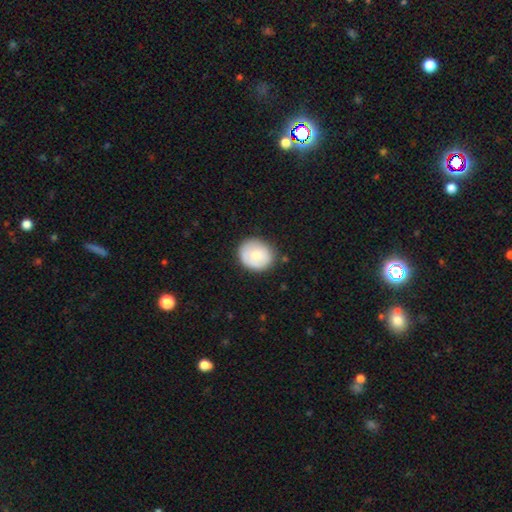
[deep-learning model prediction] Smooth or featured?
  - smooth: 70% *
  - featured or disk: 23%
  - star or artifact: 6%
How rounded?
  - round: 79% *
  - in between: 20%
  - cigar-shaped: 1%
Merging?
  - none: 79% *
  - minor disturbance: 16%
  - major disturbance: 4%
  - merger: 2%